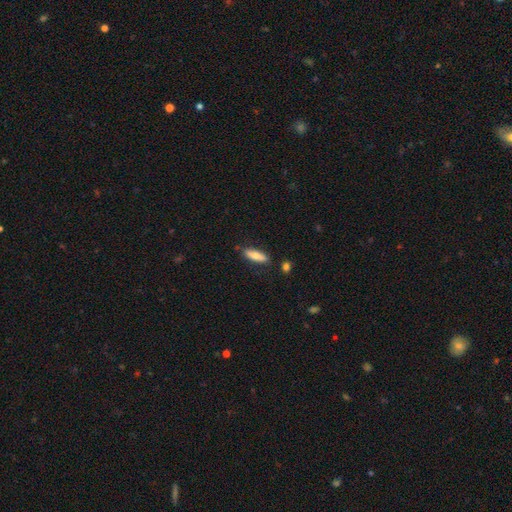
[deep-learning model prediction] This appears to be a smooth galaxy with no disk features (72%) that is cigar-shaped (52%). Merging: none (82%).